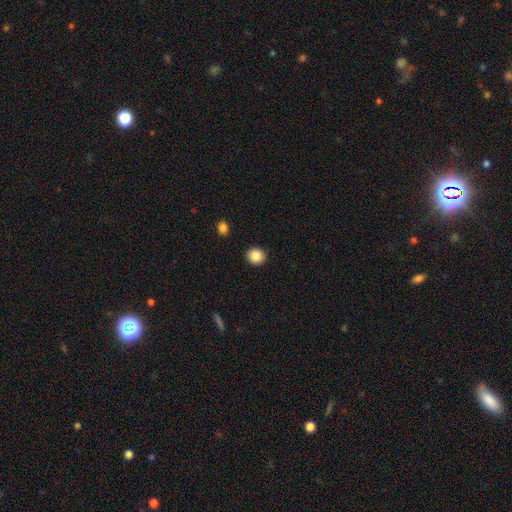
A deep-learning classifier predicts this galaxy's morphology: type=smooth (86%); roundness=round (84%); merging=none (92%).